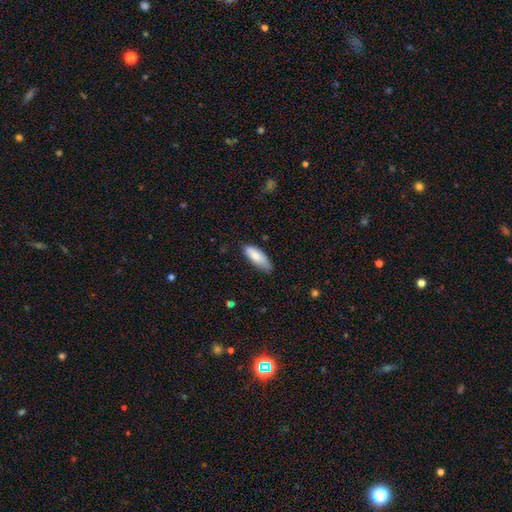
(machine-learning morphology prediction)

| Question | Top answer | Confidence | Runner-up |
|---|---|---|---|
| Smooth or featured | smooth | 81% | featured or disk (12%) |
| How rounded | in between | 73% | cigar-shaped (25%) |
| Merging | none | 63% | minor disturbance (30%) |